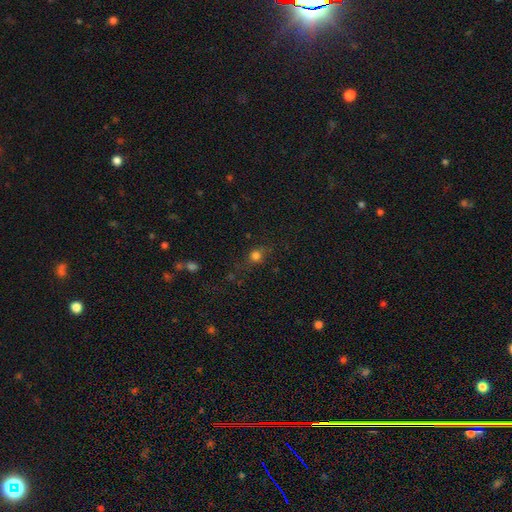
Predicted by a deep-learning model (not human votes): Morphology: type=smooth (72%); roundness=round (71%); merging=none (71%).